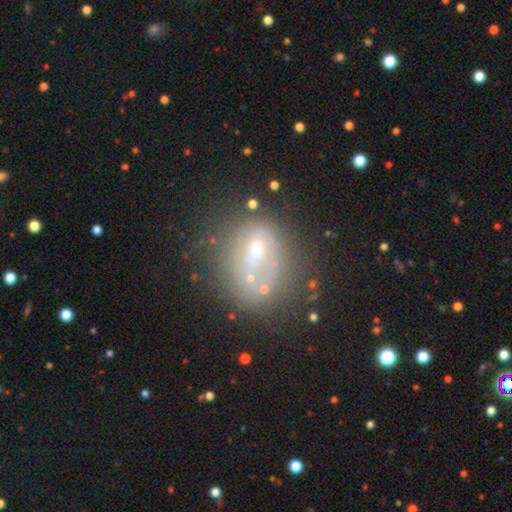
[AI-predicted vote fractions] A featured or disk galaxy (43%).

Vote fractions:
- Smooth or featured? featured or disk: 43% / smooth: 39% / star or artifact: 17%
- Merging? none: 42% / minor disturbance: 22% / major disturbance: 20% / merger: 15%